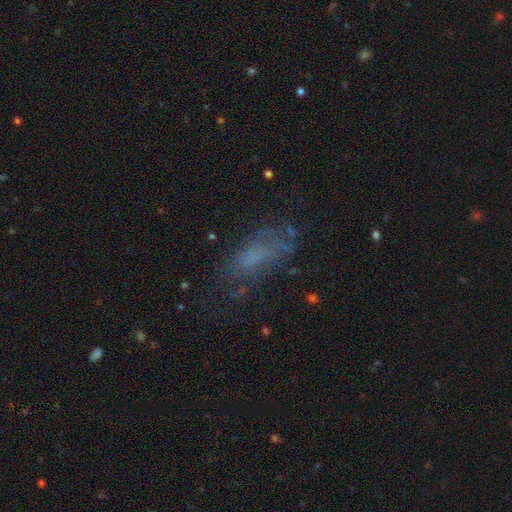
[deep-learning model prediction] smooth 50%, featured or disk 32%, star or artifact 19%. Down the decision tree: merging — none (51%).